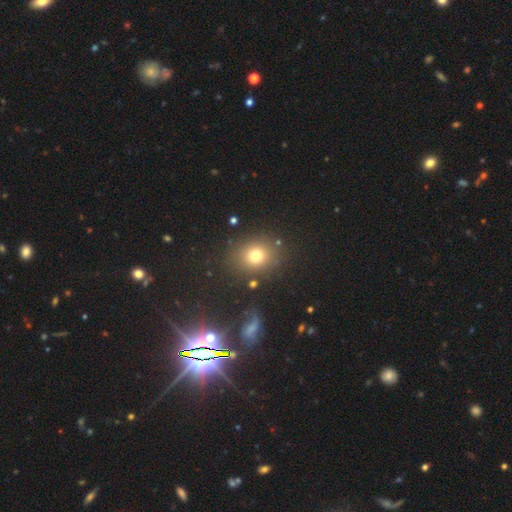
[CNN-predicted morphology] Smooth or featured: smooth — 75% (star or artifact — 17%)
How rounded: round — 74% (in between — 25%)
Merging: none — 83% (minor disturbance — 9%)